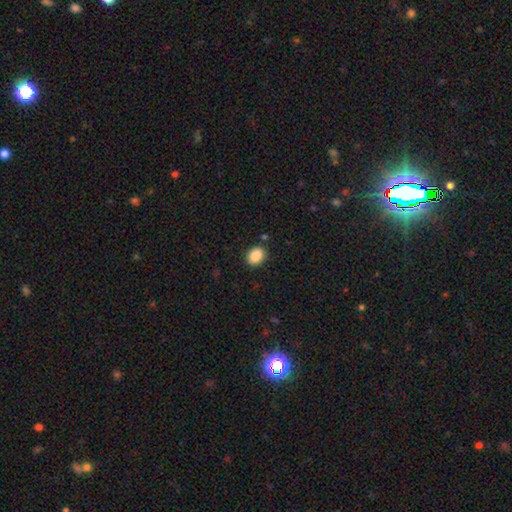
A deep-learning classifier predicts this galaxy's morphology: Q: Smooth or featured?
A: smooth (88%); runner-up: star or artifact (8%)
Q: How rounded?
A: in between (63%); runner-up: round (37%)
Q: Merging?
A: none (88%); runner-up: minor disturbance (8%)